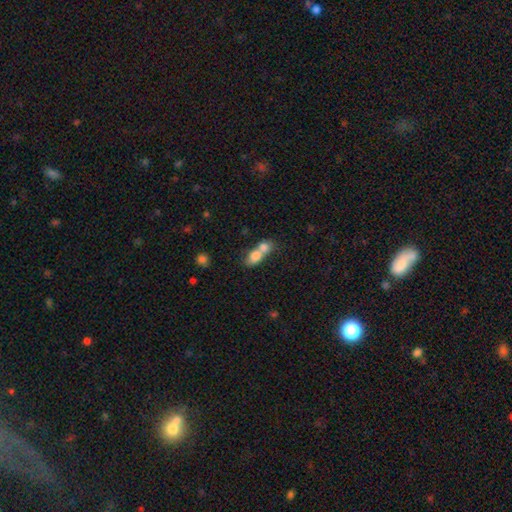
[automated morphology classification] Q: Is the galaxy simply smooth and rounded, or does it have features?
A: smooth — 75%.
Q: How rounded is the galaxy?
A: in between — 68%.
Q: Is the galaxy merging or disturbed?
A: merger — 74%.